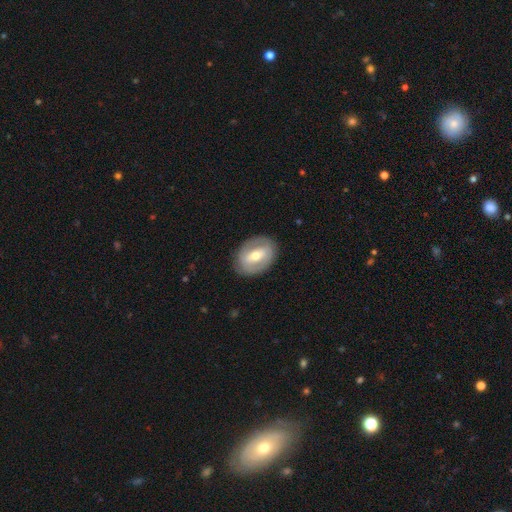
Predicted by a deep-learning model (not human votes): A featured or disk galaxy (57%) with a strong bar (38%), no spiral arms (65%) and a moderate central bulge (68%). Merging: none (84%).